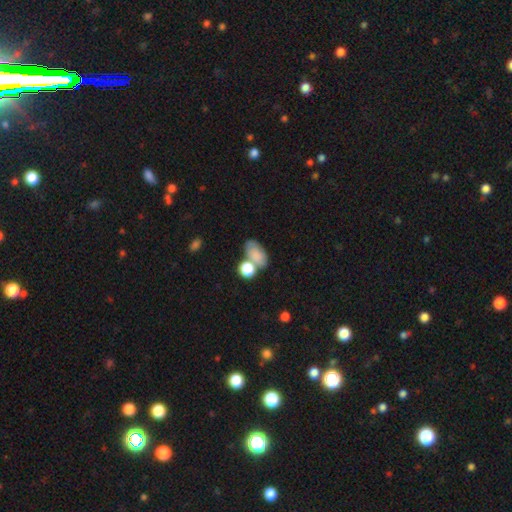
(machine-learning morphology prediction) Smooth or featured: smooth — 79% (featured or disk — 12%)
How rounded: in between — 85% (round — 13%)
Merging: none — 44% (merger — 31%)